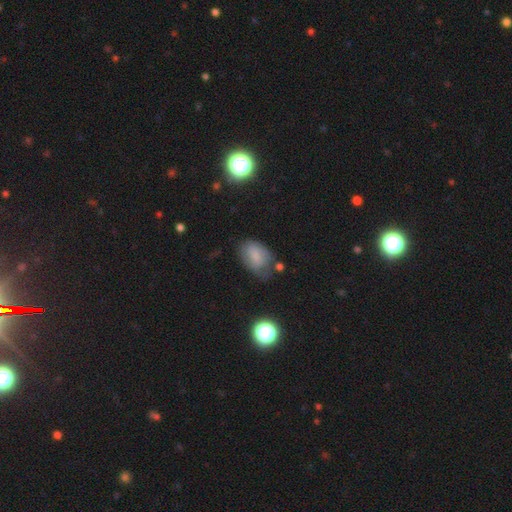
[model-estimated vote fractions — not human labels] smooth_or_featured: smooth (p=0.71) [alt: featured or disk p=0.17]
how_rounded: in between (p=0.81) [alt: round p=0.18]
merging: none (p=0.49) [alt: minor disturbance p=0.32]